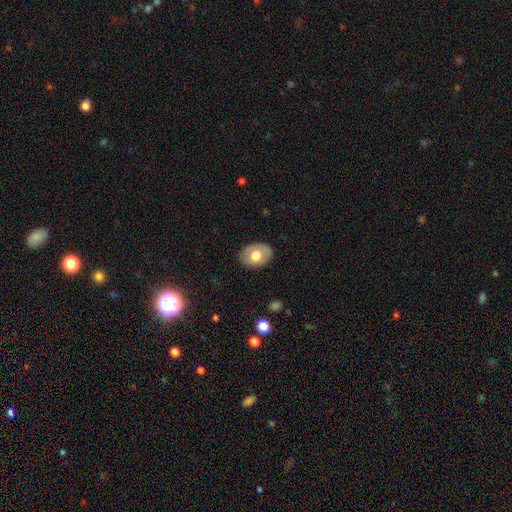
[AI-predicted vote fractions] A smooth galaxy with no disk features (63%) that is in between round and cigar-shaped (75%). Merging: none (81%).